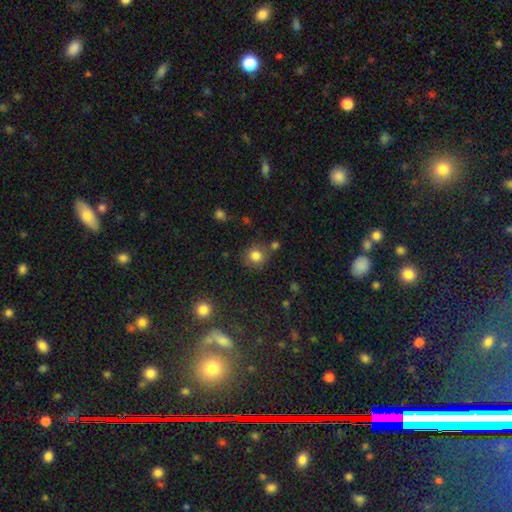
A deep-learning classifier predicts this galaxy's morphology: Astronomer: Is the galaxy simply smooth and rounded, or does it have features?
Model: smooth — 81%.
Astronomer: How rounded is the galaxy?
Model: round — 89%.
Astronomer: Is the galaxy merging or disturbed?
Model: none — 77%.